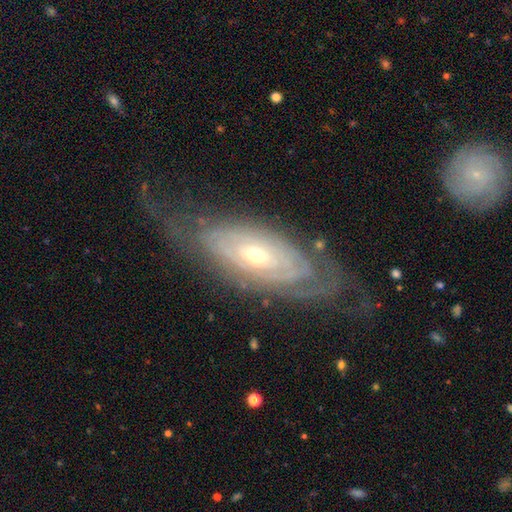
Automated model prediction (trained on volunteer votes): Q: Smooth or featured?
A: featured or disk (79%); runner-up: smooth (15%)
Q: Edge-on disk?
A: no (87%); runner-up: yes (13%)
Q: Bar?
A: no (73%); runner-up: weak (19%)
Q: Spiral arms?
A: yes (78%); runner-up: no (22%)
Q: Spiral winding?
A: tight (79%); runner-up: medium (16%)
Q: Spiral arm count?
A: can't tell (59%); runner-up: 2 (18%)
Q: Bulge size?
A: small (52%); runner-up: moderate (44%)
Q: Merging?
A: none (65%); runner-up: minor disturbance (21%)